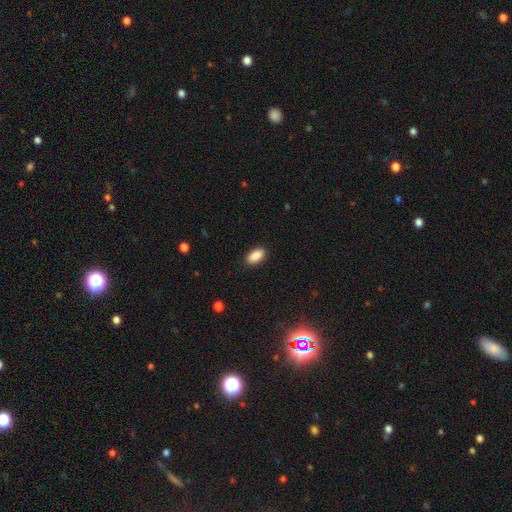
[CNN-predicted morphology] A smooth galaxy with no disk features (90%) that is in between round and cigar-shaped (92%). Merging: none (89%).